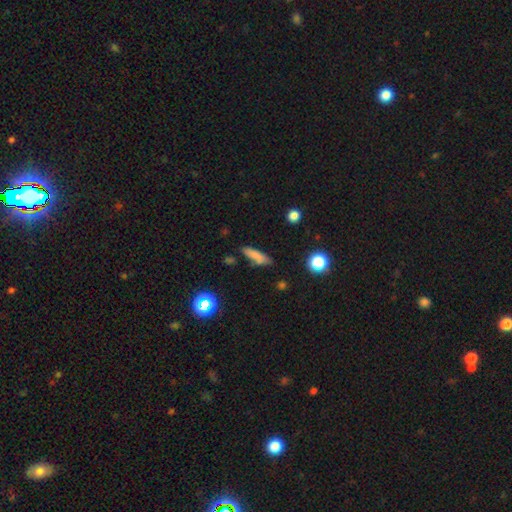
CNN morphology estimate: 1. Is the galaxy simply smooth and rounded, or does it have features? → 78% smooth, 11% featured or disk, 10% star or artifact.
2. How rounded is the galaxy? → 64% cigar-shaped, 32% in between, 3% round.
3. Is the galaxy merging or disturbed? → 73% none, 18% minor disturbance, 5% merger, 4% major disturbance.